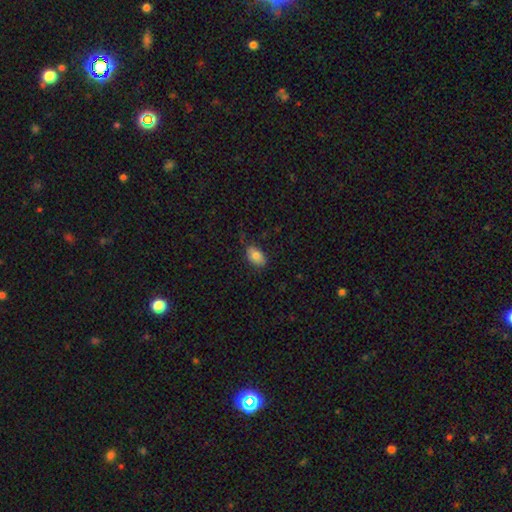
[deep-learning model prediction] Smooth or featured? smooth (80%)
How rounded? in between (86%)
Merging? none (75%)